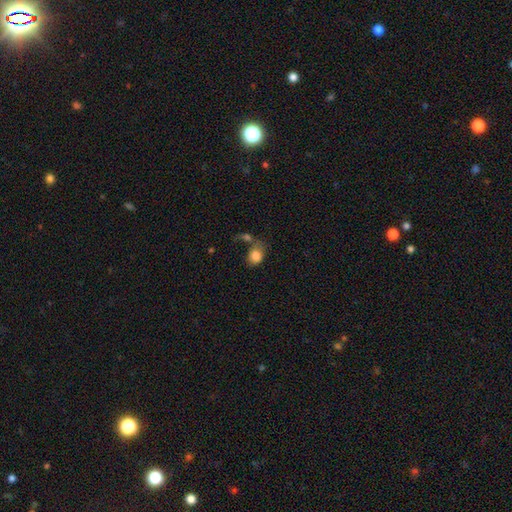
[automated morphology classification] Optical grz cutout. It shows a smooth galaxy with no disk features (84%) that is round (55%). Merging: none (34%).